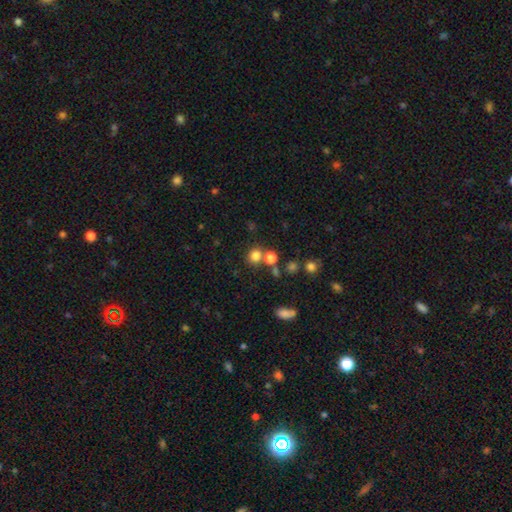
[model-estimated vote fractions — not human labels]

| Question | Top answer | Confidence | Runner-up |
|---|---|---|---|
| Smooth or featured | smooth | 77% | star or artifact (16%) |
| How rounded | round | 82% | in between (17%) |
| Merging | none | 67% | merger (20%) |